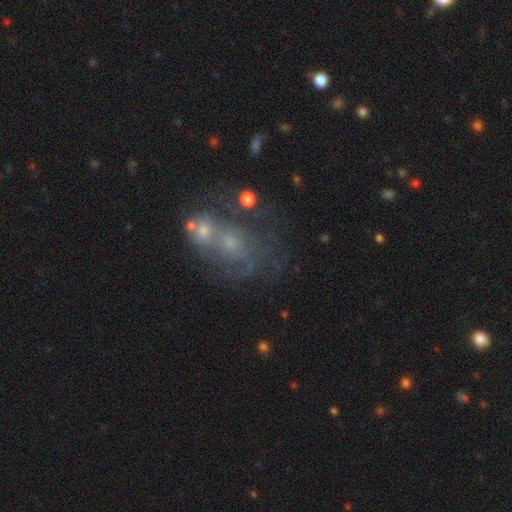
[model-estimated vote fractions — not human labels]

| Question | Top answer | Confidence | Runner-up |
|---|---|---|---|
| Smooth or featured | featured or disk | 51% | smooth (25%) |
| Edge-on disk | no | 96% | yes (4%) |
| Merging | merger | 38% | none (32%) |